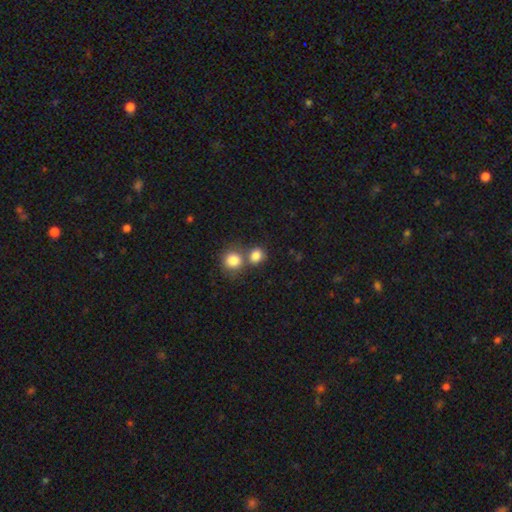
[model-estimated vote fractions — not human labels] smooth_or_featured: smooth (p=0.83) [alt: star or artifact p=0.10]
how_rounded: round (p=0.74) [alt: in between p=0.25]
merging: none (p=0.49) [alt: merger p=0.40]